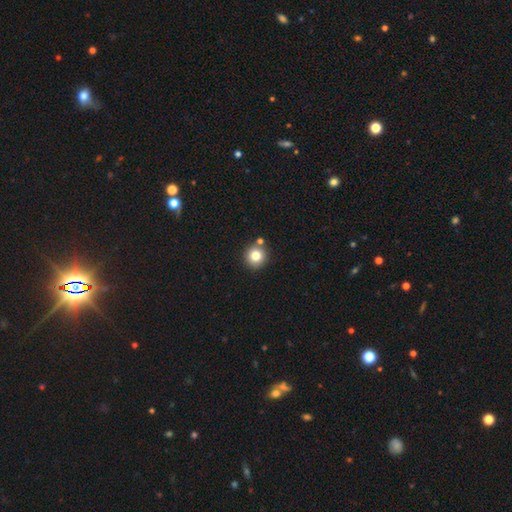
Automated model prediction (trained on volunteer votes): Q: Smooth or featured?
A: smooth (81%); runner-up: star or artifact (11%)
Q: How rounded?
A: round (93%); runner-up: in between (6%)
Q: Merging?
A: none (81%); runner-up: merger (9%)